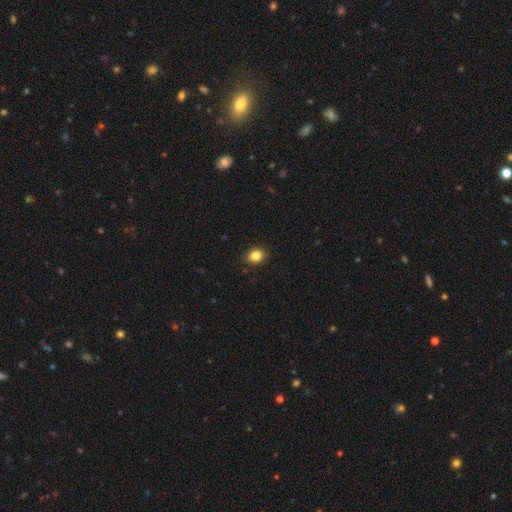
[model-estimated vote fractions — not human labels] This is clearly a smooth galaxy (85%). How rounded: possibly in between (55%). Merging: clearly none (90%).